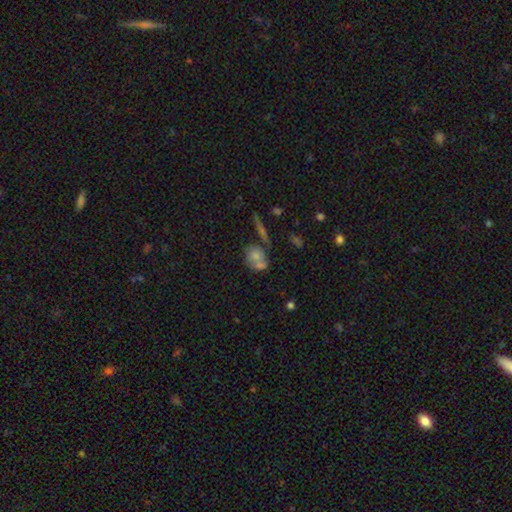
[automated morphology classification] A smooth galaxy with no disk features (56%) that is round (58%).

Vote fractions:
- Smooth or featured? smooth: 56% / featured or disk: 29% / star or artifact: 15%
- How rounded? round: 58% / in between: 38% / cigar-shaped: 3%
- Merging? none: 43% / merger: 37% / minor disturbance: 13% / major disturbance: 7%